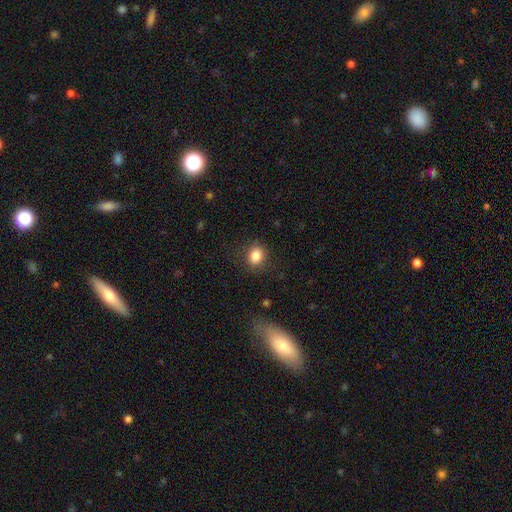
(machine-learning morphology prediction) Smooth or featured?
  - smooth: 85% *
  - star or artifact: 10%
  - featured or disk: 5%
How rounded?
  - round: 51% *
  - in between: 48%
  - cigar-shaped: 1%
Merging?
  - none: 83% *
  - minor disturbance: 12%
  - major disturbance: 4%
  - merger: 1%